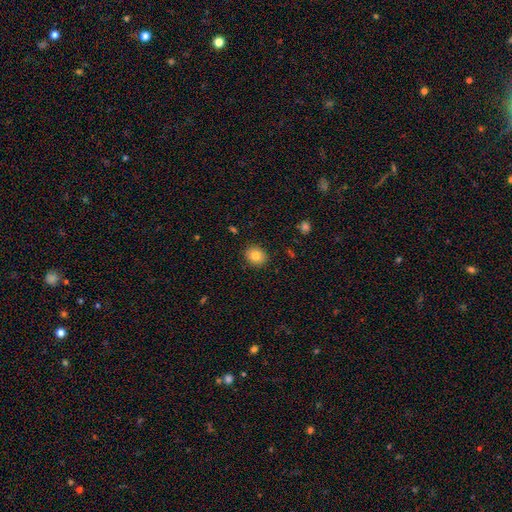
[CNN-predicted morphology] This appears to be a smooth galaxy with no disk features (82%) that is round (69%). Merging: none (90%).